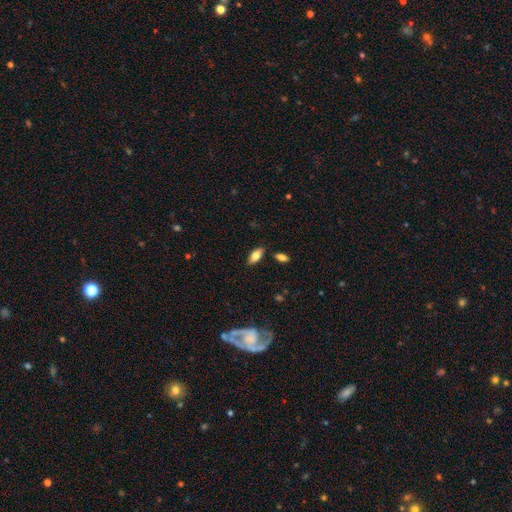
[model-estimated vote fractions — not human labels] Smooth or featured? smooth (76%)
How rounded? in between (88%)
Merging? none (83%)